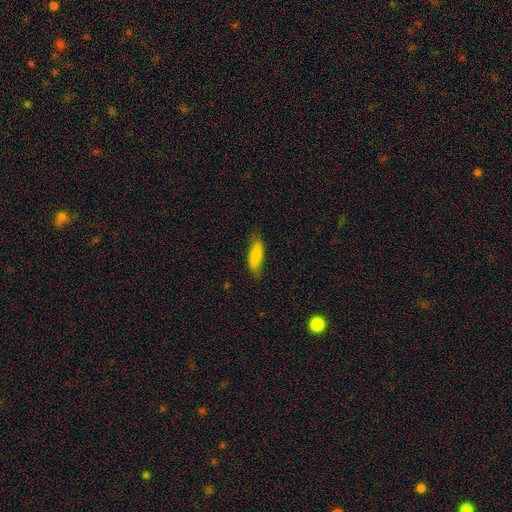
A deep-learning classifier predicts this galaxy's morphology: Smooth or featured? smooth (82%)
How rounded? in between (52%)
Merging? none (75%)